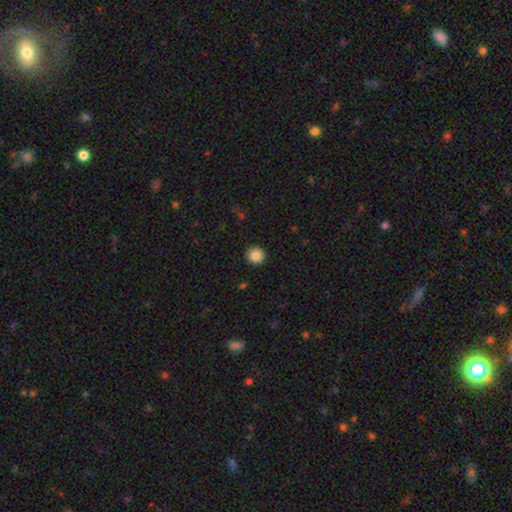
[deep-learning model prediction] The model was most divided on "smooth or featured": smooth: 85%, star or artifact: 9%, featured or disk: 6%. More confident: how rounded — round (94%); merging — none (92%).